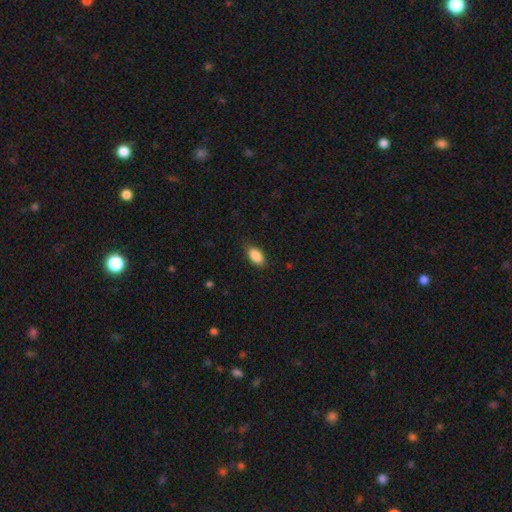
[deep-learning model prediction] The model was most divided on "merging": none: 81%, minor disturbance: 15%, major disturbance: 3%, merger: 1%. More confident: how rounded — in between (92%); smooth or featured — smooth (89%).